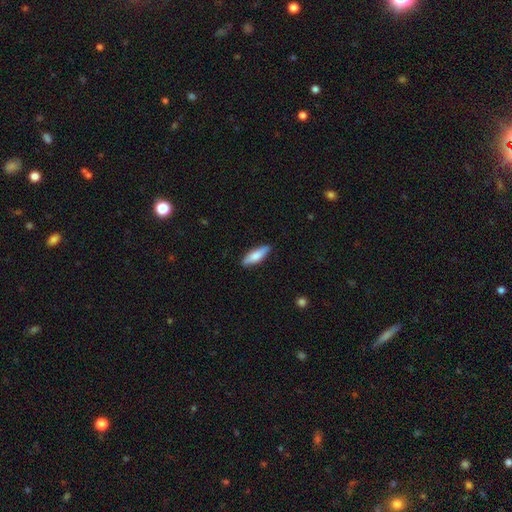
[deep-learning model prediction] This appears to be a smooth galaxy with no disk features (73%) that is cigar-shaped (55%). Merging: none (85%).